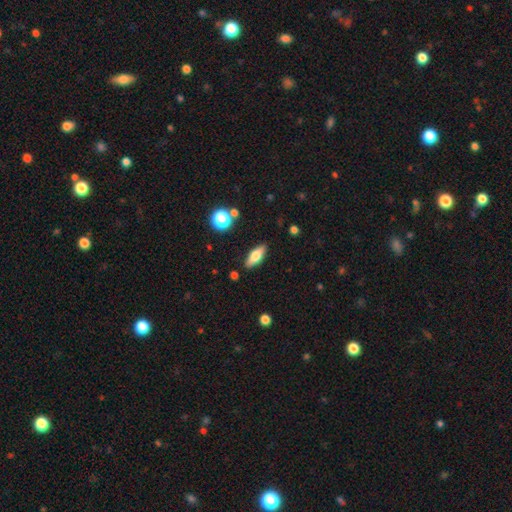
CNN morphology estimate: Smooth or featured? Predicted: smooth (p=0.65). How rounded? Predicted: in between (p=0.65). Merging? Predicted: none (p=0.87).